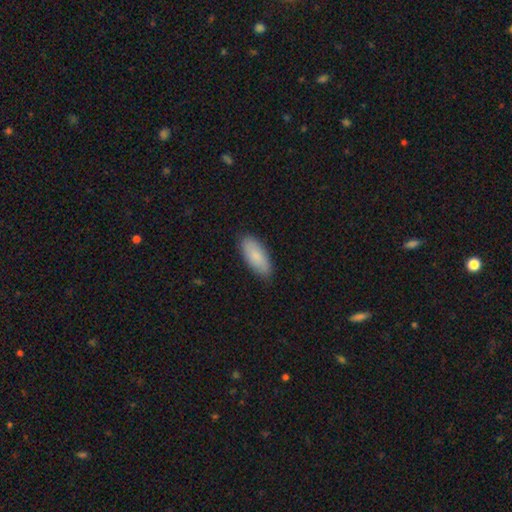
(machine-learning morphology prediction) smooth 84%, featured or disk 10%, star or artifact 6%. Down the decision tree: how rounded — in between (85%); merging — none (84%).